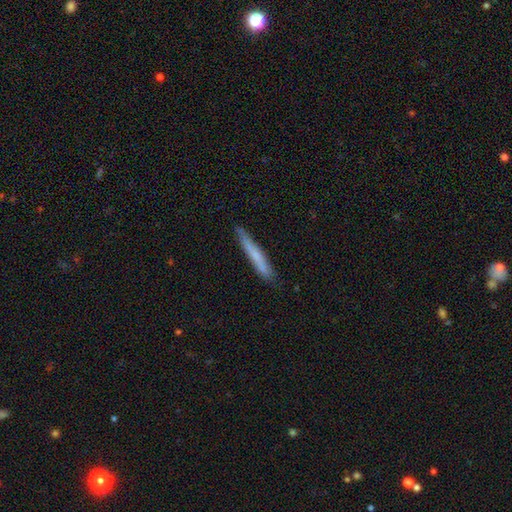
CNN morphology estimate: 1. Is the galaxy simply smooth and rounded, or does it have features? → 62% smooth, 32% featured or disk, 6% star or artifact.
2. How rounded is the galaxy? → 96% cigar-shaped, 3% in between, 1% round.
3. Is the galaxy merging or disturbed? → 85% none, 12% minor disturbance, 2% major disturbance, 1% merger.